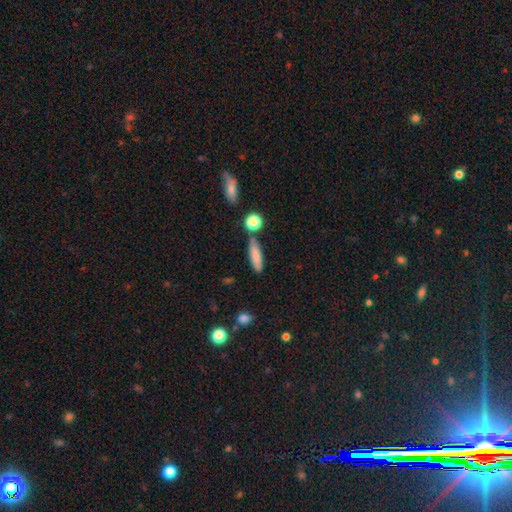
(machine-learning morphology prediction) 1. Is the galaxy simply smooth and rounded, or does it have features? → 82% smooth, 10% featured or disk, 8% star or artifact.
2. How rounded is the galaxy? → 62% cigar-shaped, 34% in between, 3% round.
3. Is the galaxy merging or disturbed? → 77% none, 12% minor disturbance, 8% merger, 3% major disturbance.